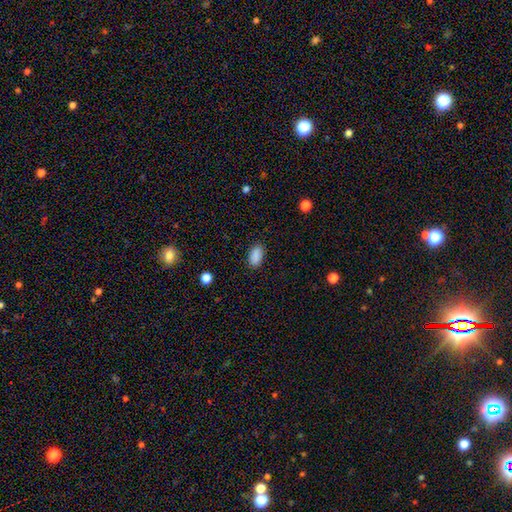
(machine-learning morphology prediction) smooth_or_featured: smooth (p=0.89) [alt: star or artifact p=0.08]
how_rounded: in between (p=0.93) [alt: round p=0.04]
merging: none (p=0.88) [alt: minor disturbance p=0.09]